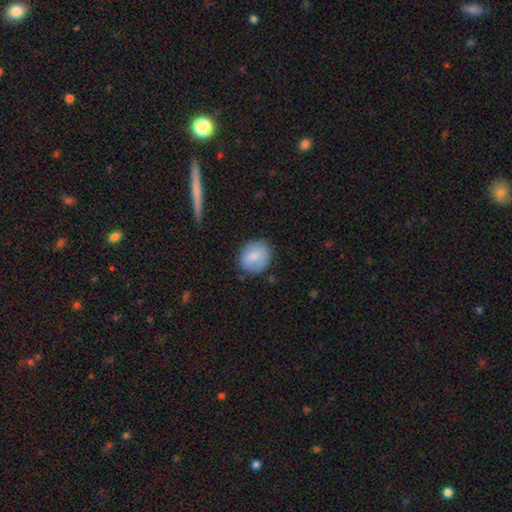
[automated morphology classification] smooth-or-featured: smooth: 77% | featured or disk: 16% | star or artifact: 7%
  how-rounded: round: 63% | in between: 35% | cigar-shaped: 1%
  merging: none: 74% | minor disturbance: 19% | major disturbance: 5% | merger: 2%